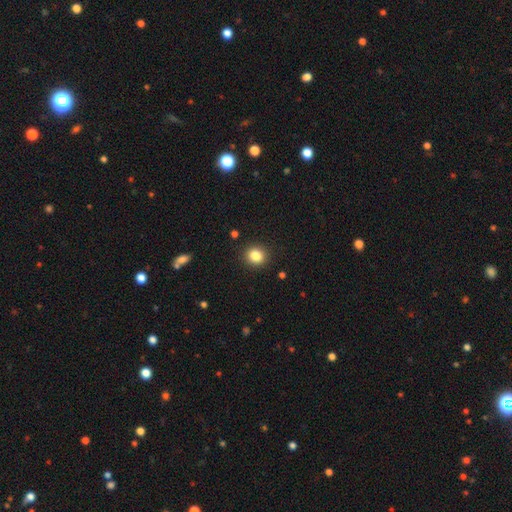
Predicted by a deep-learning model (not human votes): A smooth galaxy with no disk features (84%) that is round (80%).

Vote fractions:
- Smooth or featured? smooth: 84% / star or artifact: 11% / featured or disk: 5%
- How rounded? round: 80% / in between: 19% / cigar-shaped: 1%
- Merging? none: 90% / minor disturbance: 6% / major disturbance: 2% / merger: 1%